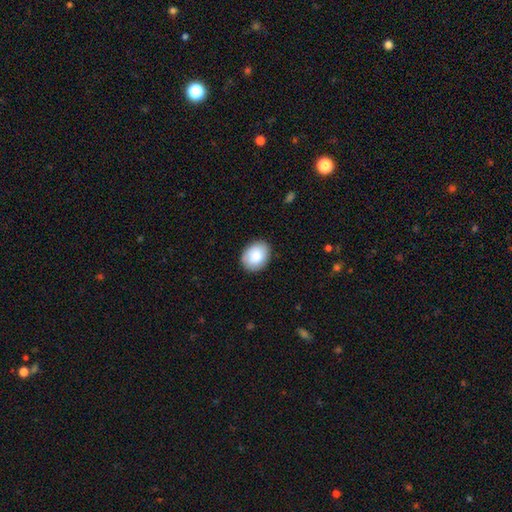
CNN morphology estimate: type=smooth (87%); roundness=in between (63%); merging=none (87%).